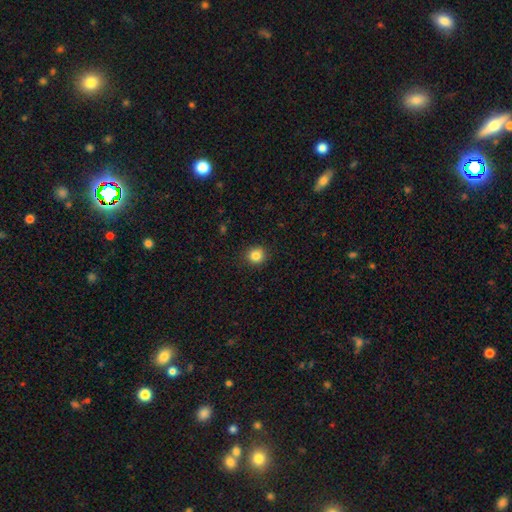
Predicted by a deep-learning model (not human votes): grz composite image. It shows a smooth galaxy with no disk features (84%) that is round (90%). Merging: none (90%).